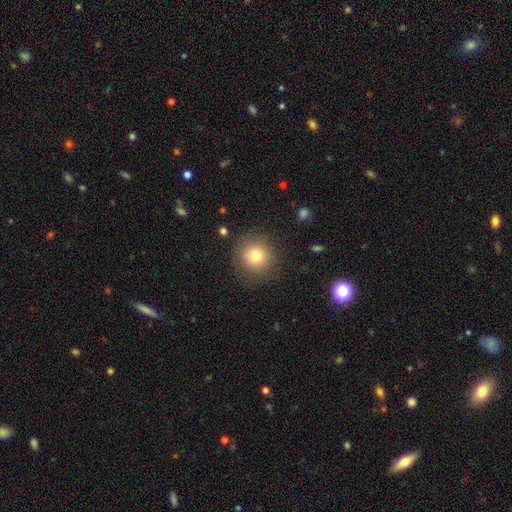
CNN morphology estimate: Smooth or featured? Predicted: smooth (p=0.78). How rounded? Predicted: round (p=0.93). Merging? Predicted: none (p=0.86).